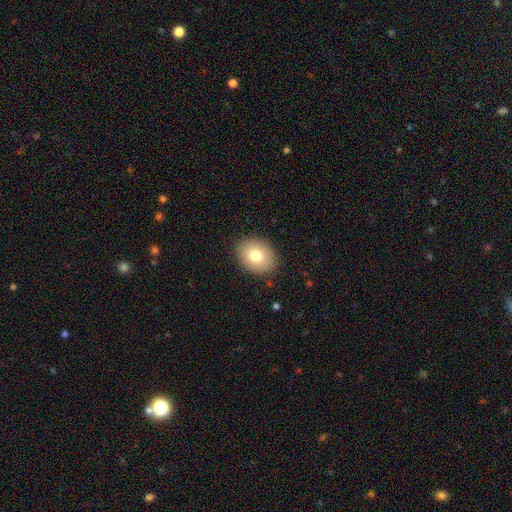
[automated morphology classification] This appears to be a smooth galaxy with no disk features (77%) that is in between round and cigar-shaped (63%). Merging: none (88%).